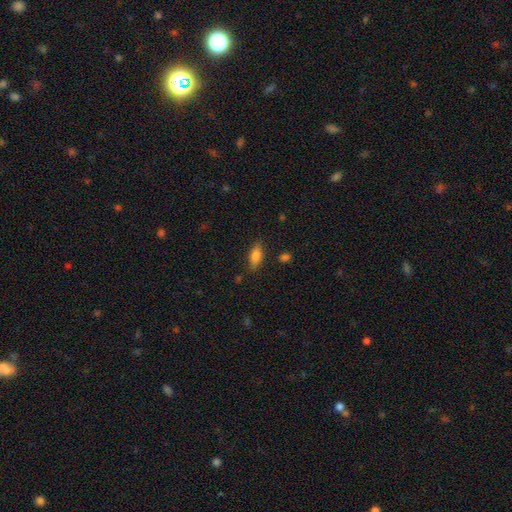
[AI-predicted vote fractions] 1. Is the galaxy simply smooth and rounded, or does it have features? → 81% smooth, 11% featured or disk, 8% star or artifact.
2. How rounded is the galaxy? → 80% in between, 17% cigar-shaped, 3% round.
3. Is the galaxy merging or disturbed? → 78% none, 15% minor disturbance, 4% major disturbance, 2% merger.